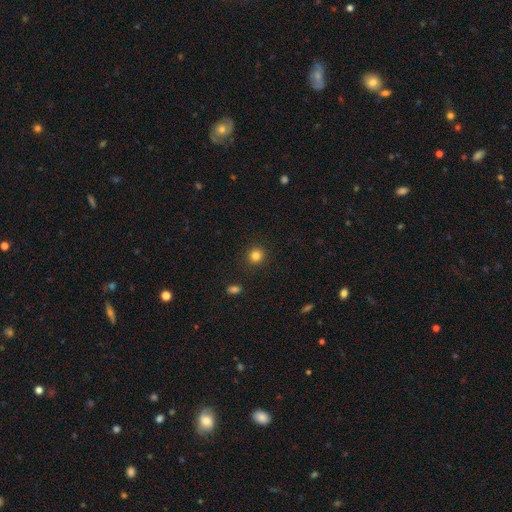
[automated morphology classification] Overall: smooth (83%). How rounded: round (90%). Merging: none (91%).